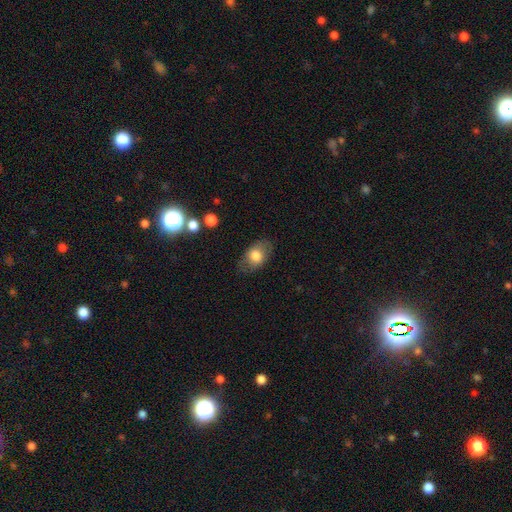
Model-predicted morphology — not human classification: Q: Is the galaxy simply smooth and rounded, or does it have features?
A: smooth — 73%.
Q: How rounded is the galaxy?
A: in between — 83%.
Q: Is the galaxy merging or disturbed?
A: none — 77%.